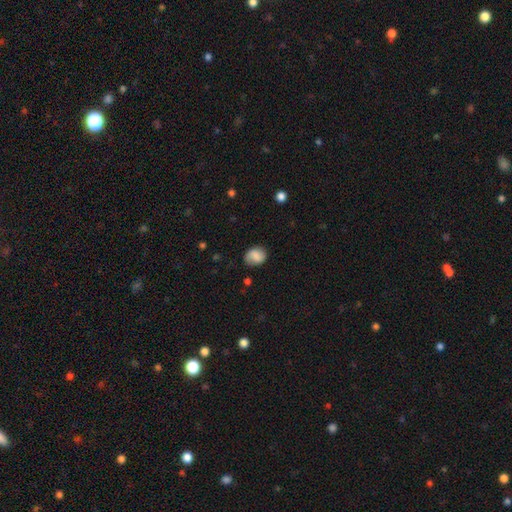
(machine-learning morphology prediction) Smooth or featured? Predicted: smooth (p=0.74). How rounded? Predicted: round (p=0.54). Merging? Predicted: none (p=0.68).